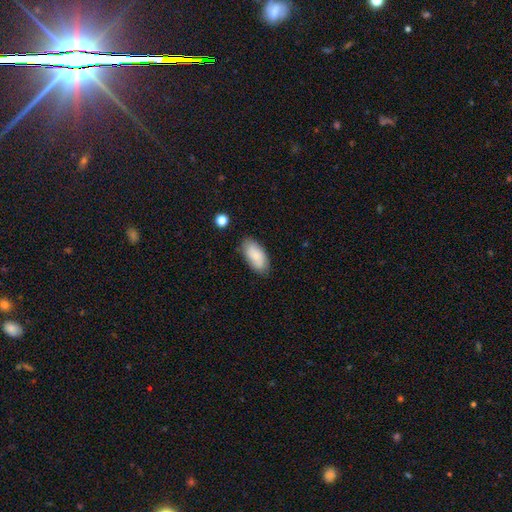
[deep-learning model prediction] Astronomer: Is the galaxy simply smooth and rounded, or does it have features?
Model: smooth — 80%.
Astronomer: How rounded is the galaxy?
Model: in between — 92%.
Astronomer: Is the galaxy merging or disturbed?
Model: none — 79%.